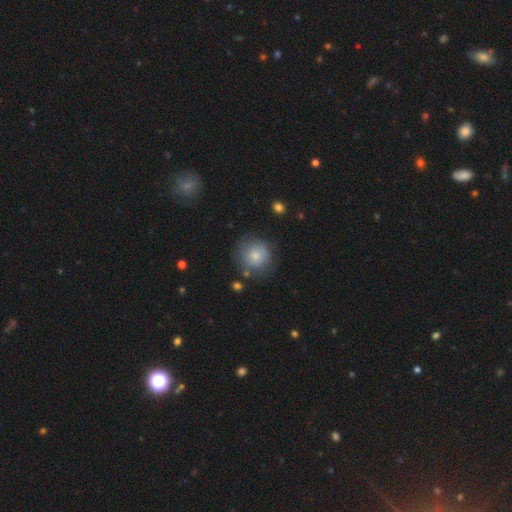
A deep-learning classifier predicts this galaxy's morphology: Overall: smooth (75%). How rounded: round (89%). Merging: none (69%).